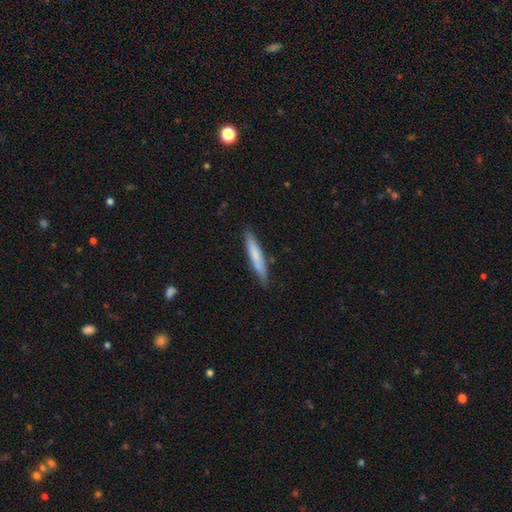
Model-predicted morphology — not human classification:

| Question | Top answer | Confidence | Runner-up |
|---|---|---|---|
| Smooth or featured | smooth | 69% | featured or disk (26%) |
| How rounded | cigar-shaped | 93% | in between (6%) |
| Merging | none | 85% | minor disturbance (12%) |